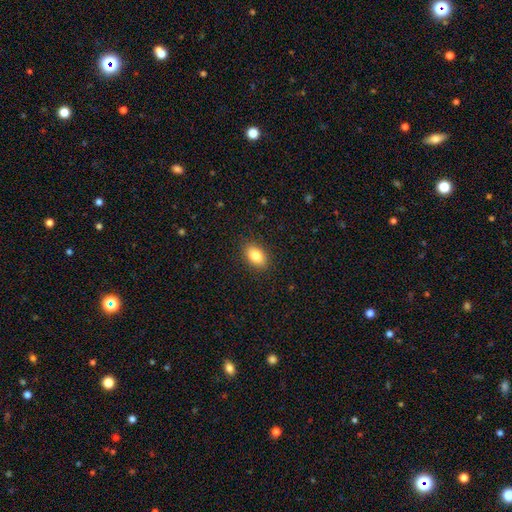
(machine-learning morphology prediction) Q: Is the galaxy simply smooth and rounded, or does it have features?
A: smooth — 83%.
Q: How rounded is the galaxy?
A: in between — 89%.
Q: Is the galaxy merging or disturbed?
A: none — 88%.